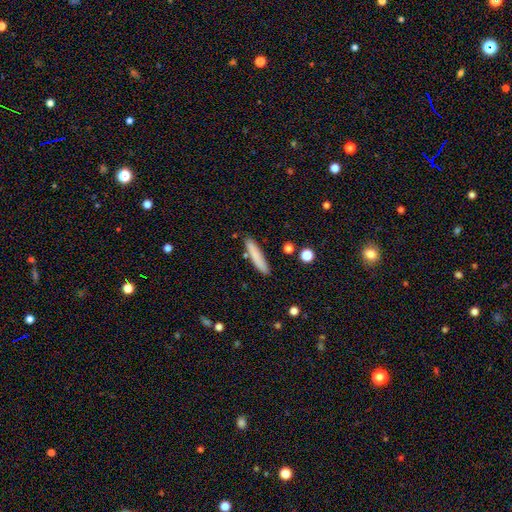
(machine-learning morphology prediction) Smooth or featured?
  - smooth: 80% *
  - featured or disk: 13%
  - star or artifact: 7%
How rounded?
  - cigar-shaped: 88% *
  - in between: 11%
  - round: 1%
Merging?
  - none: 84% *
  - minor disturbance: 10%
  - merger: 4%
  - major disturbance: 2%